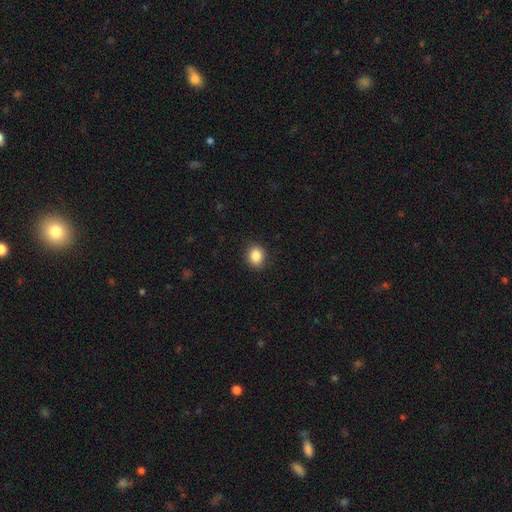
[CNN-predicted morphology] Q: Smooth or featured?
A: smooth (87%); runner-up: star or artifact (9%)
Q: How rounded?
A: round (67%); runner-up: in between (32%)
Q: Merging?
A: none (87%); runner-up: minor disturbance (9%)